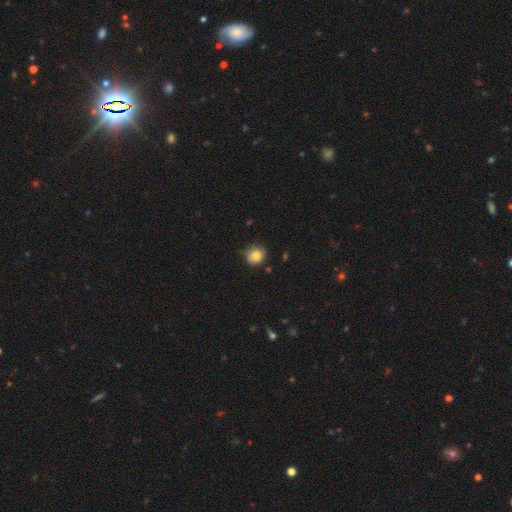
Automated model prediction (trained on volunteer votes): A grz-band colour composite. It shows a smooth galaxy with no disk features (81%) that is round (79%). Merging: none (71%).